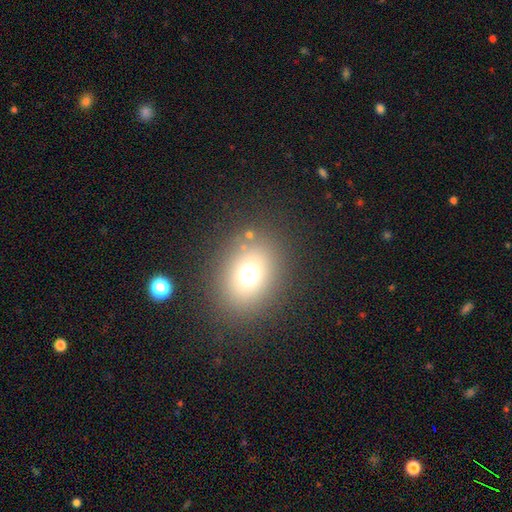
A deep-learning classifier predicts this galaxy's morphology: Q: Smooth or featured?
A: smooth (68%); runner-up: star or artifact (18%)
Q: How rounded?
A: in between (51%); runner-up: round (48%)
Q: Merging?
A: none (84%); runner-up: minor disturbance (9%)